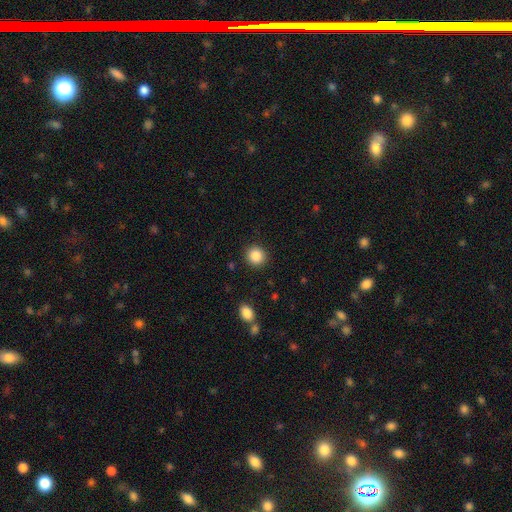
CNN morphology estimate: smooth 87%, star or artifact 9%, featured or disk 4%. Down the decision tree: how rounded — round (92%); merging — none (91%).